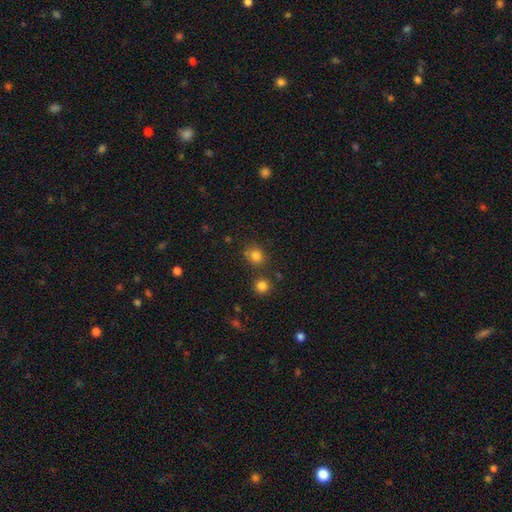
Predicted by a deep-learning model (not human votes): A smooth galaxy with no disk features (80%) that is round (72%).

Vote fractions:
- Smooth or featured? smooth: 80% / star or artifact: 14% / featured or disk: 6%
- How rounded? round: 72% / in between: 27% / cigar-shaped: 1%
- Merging? none: 72% / minor disturbance: 13% / merger: 11% / major disturbance: 4%